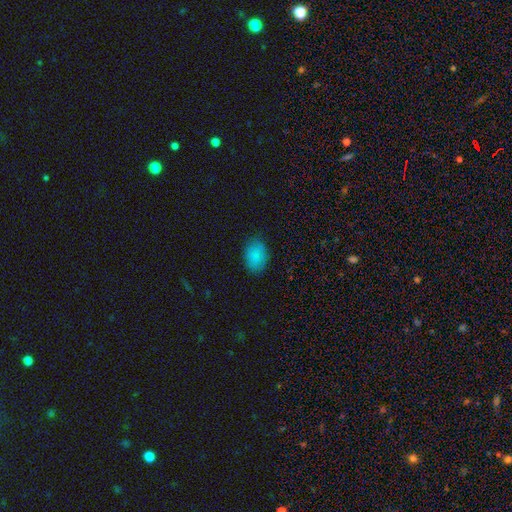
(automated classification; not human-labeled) smooth 86%, star or artifact 9%, featured or disk 5%. Down the decision tree: how rounded — in between (80%); merging — none (83%).